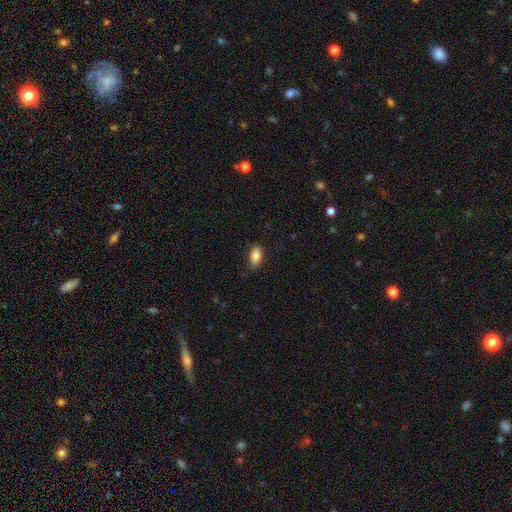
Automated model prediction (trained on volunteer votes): Smooth or featured? smooth (84%)
How rounded? in between (90%)
Merging? none (84%)